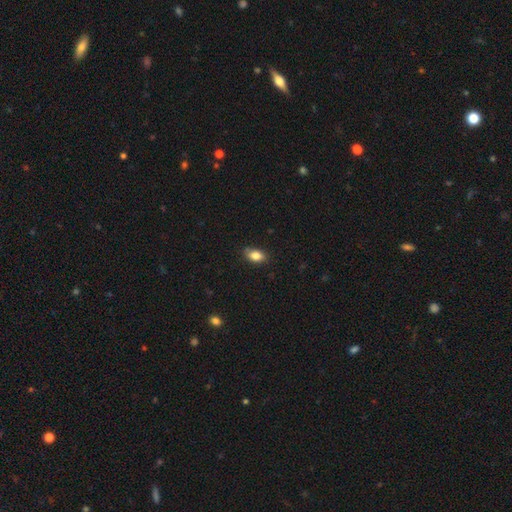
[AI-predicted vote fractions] smooth_or_featured: smooth (p=0.84) [alt: featured or disk p=0.08]
how_rounded: in between (p=0.86) [alt: round p=0.10]
merging: none (p=0.83) [alt: minor disturbance p=0.14]